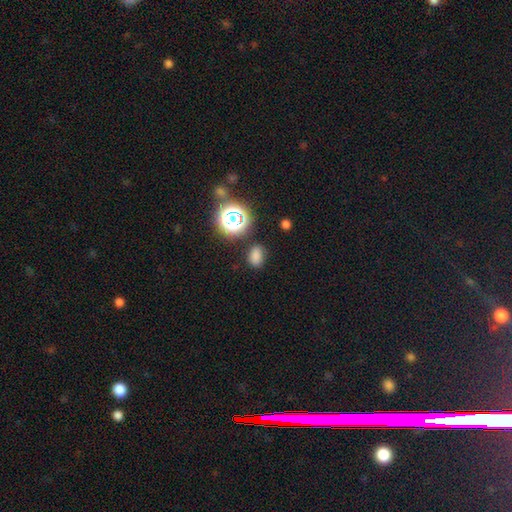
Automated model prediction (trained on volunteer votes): This is likely a smooth galaxy (74%). How rounded: likely in between (75%). Merging: clearly none (81%).